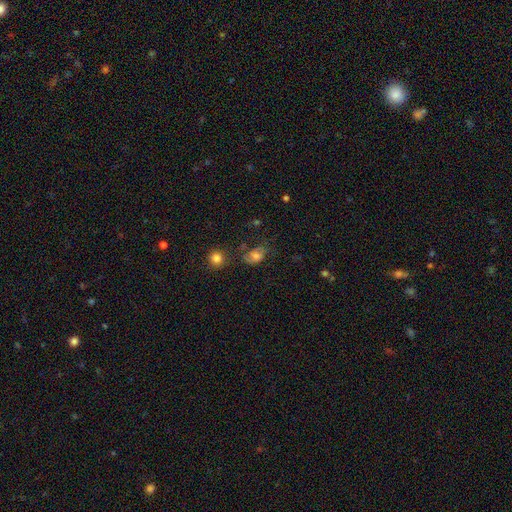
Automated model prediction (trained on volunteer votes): Smooth or featured: smooth — 62% (featured or disk — 25%)
How rounded: in between — 74% (round — 25%)
Merging: none — 51% (minor disturbance — 27%)